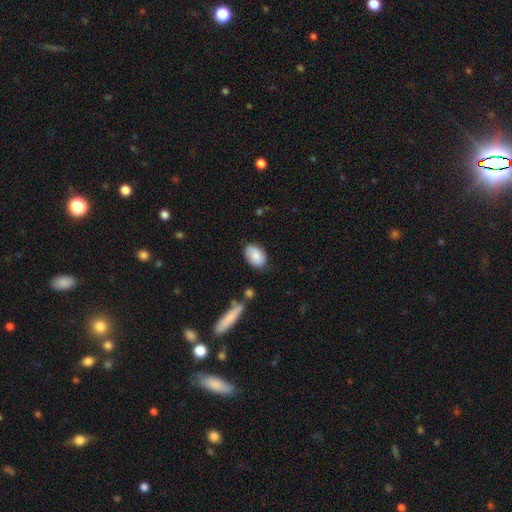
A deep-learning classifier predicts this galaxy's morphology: The model was most divided on "merging": none: 73%, minor disturbance: 20%, major disturbance: 4%, merger: 3%. More confident: how rounded — in between (88%); smooth or featured — smooth (75%).